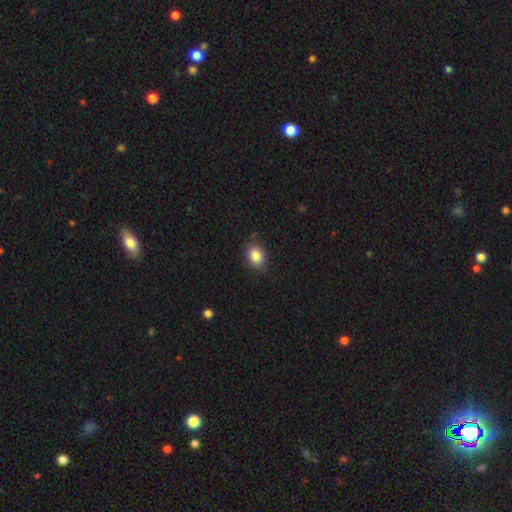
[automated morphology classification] A smooth galaxy with no disk features (85%) that is in between round and cigar-shaped (65%).

Vote fractions:
- Smooth or featured? smooth: 85% / star or artifact: 9% / featured or disk: 6%
- How rounded? in between: 65% / round: 34% / cigar-shaped: 1%
- Merging? none: 79% / minor disturbance: 16% / major disturbance: 3% / merger: 1%